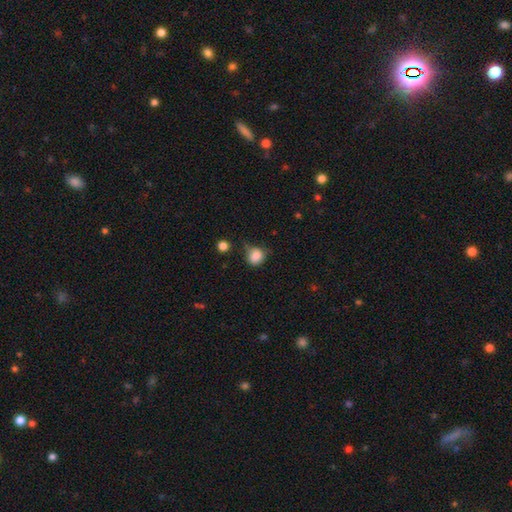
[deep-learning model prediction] A smooth galaxy with no disk features (84%) that is round (71%).

Vote fractions:
- Smooth or featured? smooth: 84% / star or artifact: 10% / featured or disk: 6%
- How rounded? round: 71% / in between: 28% / cigar-shaped: 1%
- Merging? none: 49% / minor disturbance: 35% / major disturbance: 11% / merger: 5%